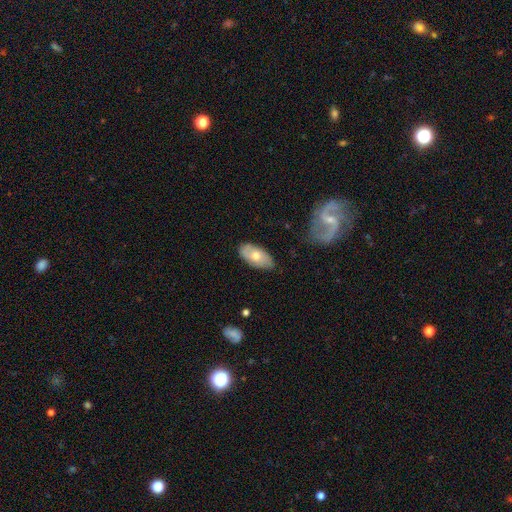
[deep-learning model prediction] Q: Smooth or featured?
A: smooth (54%); runner-up: featured or disk (40%)
Q: How rounded?
A: in between (92%); runner-up: cigar-shaped (4%)
Q: Merging?
A: none (76%); runner-up: minor disturbance (18%)